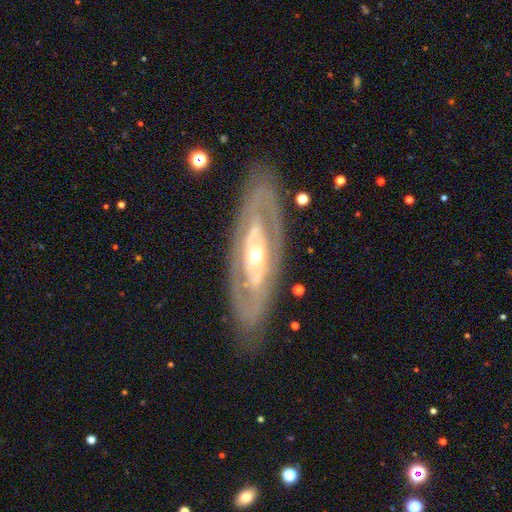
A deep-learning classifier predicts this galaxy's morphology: A featured or disk galaxy (81%) with no bar (68%), no spiral arms (52%) and a moderate central bulge (66%).

Vote fractions:
- Smooth or featured? featured or disk: 81% / smooth: 15% / star or artifact: 5%
- Edge-on disk? no: 84% / yes: 16%
- Bar? no: 68% / weak: 19% / strong: 13%
- Spiral arms? no: 52% / yes: 48%
- Bulge size? moderate: 66% / small: 26% / large: 6% / dominant: 1% / none: 1%
- Merging? none: 82% / minor disturbance: 12% / major disturbance: 5% / merger: 1%